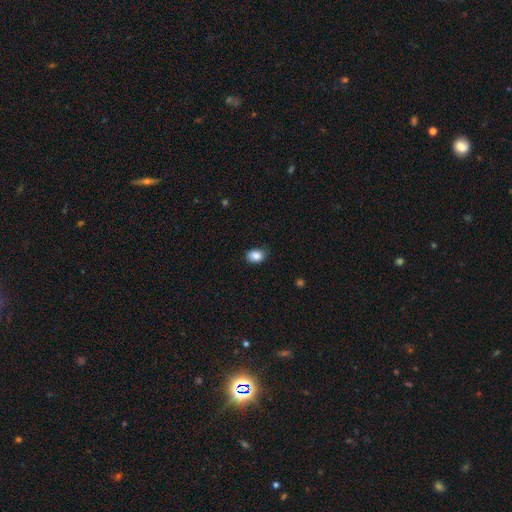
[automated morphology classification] This is clearly a smooth galaxy (87%). How rounded: likely in between (72%). Merging: likely none (80%).